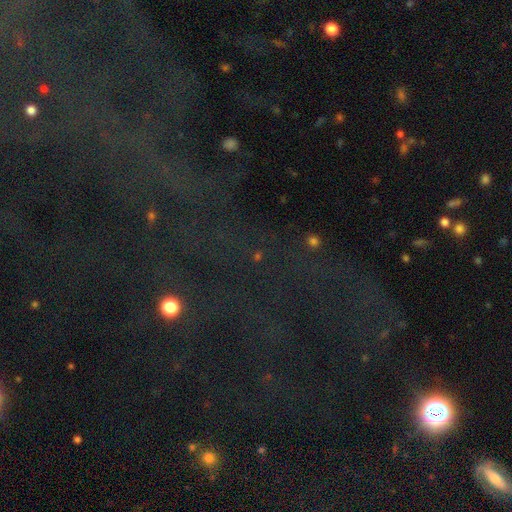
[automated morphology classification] A star or artifact, not a galaxy (76%).